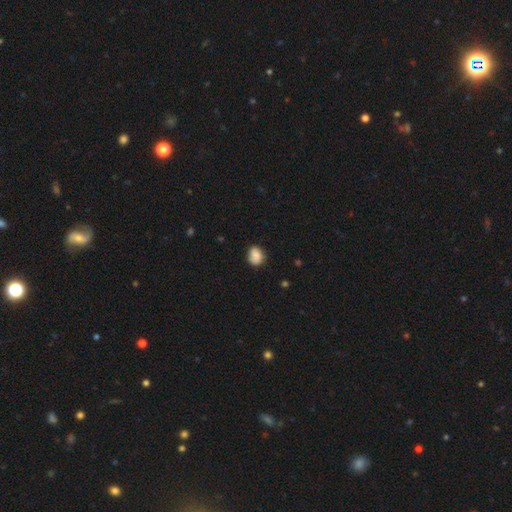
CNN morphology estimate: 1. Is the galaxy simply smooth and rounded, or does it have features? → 84% smooth, 8% star or artifact, 8% featured or disk.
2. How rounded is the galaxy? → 53% round, 46% in between, 1% cigar-shaped.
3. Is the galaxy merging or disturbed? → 79% none, 17% minor disturbance, 3% major disturbance, 1% merger.